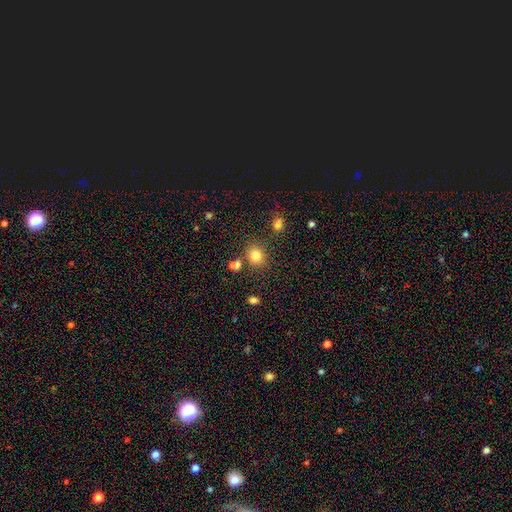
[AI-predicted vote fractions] Morphology: type=smooth (80%); roundness=round (76%); merging=none (76%).